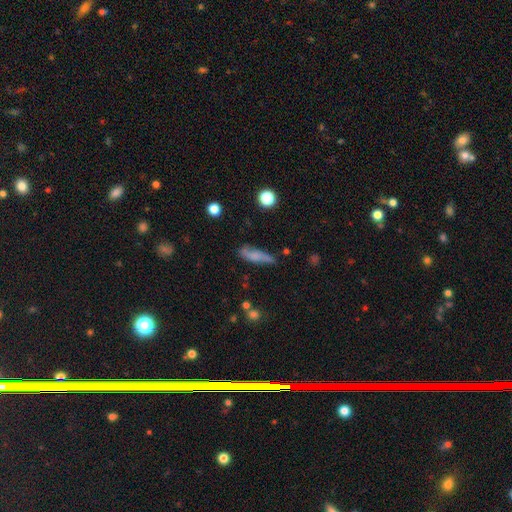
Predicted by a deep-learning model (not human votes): smooth-or-featured: smooth: 56% | featured or disk: 35% | star or artifact: 10%
  how-rounded: cigar-shaped: 61% | in between: 34% | round: 5%
  merging: none: 61% | minor disturbance: 26% | major disturbance: 9% | merger: 4%